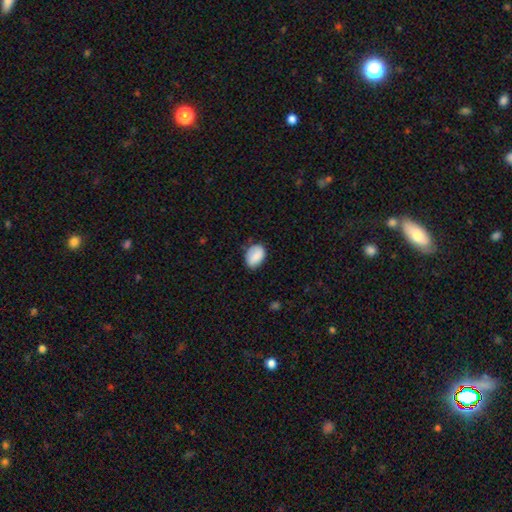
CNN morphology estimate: Overall: smooth (85%). How rounded: in between (79%). Merging: none (70%).